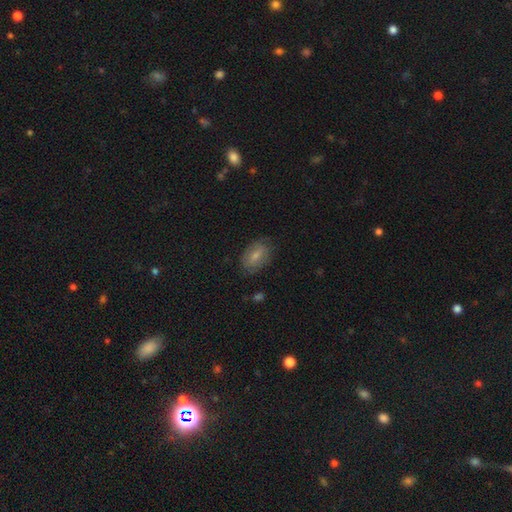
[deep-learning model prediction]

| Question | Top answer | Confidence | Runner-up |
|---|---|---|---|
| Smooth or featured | smooth | 68% | featured or disk (24%) |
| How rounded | in between | 88% | round (9%) |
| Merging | none | 78% | minor disturbance (17%) |